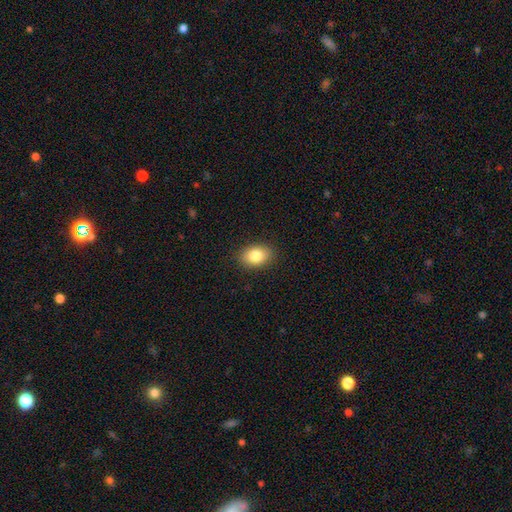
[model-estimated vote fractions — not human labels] smooth_or_featured: smooth (p=0.84) [alt: star or artifact p=0.08]
how_rounded: in between (p=0.80) [alt: round p=0.19]
merging: none (p=0.88) [alt: minor disturbance p=0.08]